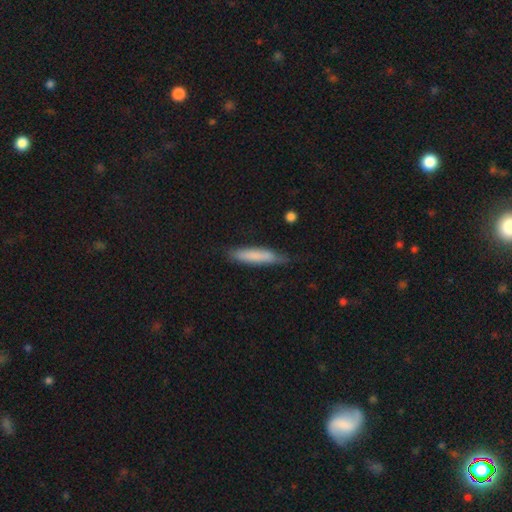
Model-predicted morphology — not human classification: smooth 78%, featured or disk 16%, star or artifact 6%. Down the decision tree: how rounded — cigar-shaped (87%); merging — none (78%).